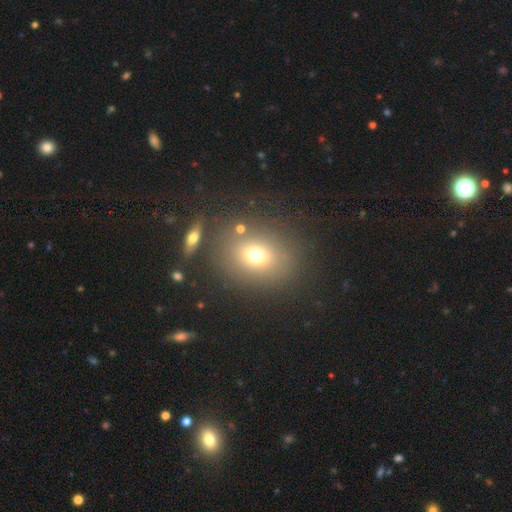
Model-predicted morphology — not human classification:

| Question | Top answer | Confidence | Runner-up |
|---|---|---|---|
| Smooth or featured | smooth | 68% | star or artifact (17%) |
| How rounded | round | 60% | in between (39%) |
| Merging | none | 74% | minor disturbance (11%) |